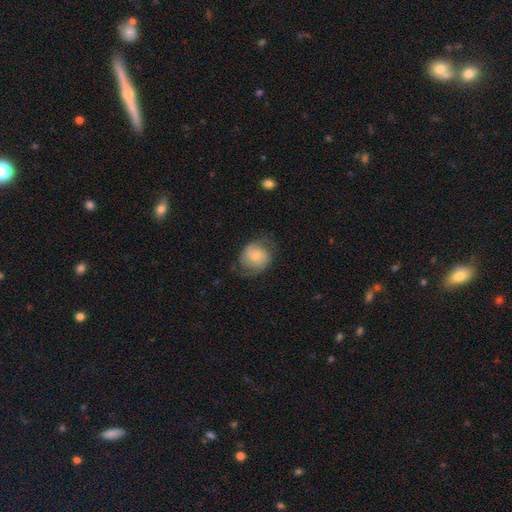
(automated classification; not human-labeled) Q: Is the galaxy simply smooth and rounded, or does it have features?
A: featured or disk — 48%.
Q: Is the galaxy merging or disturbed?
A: none — 62%.